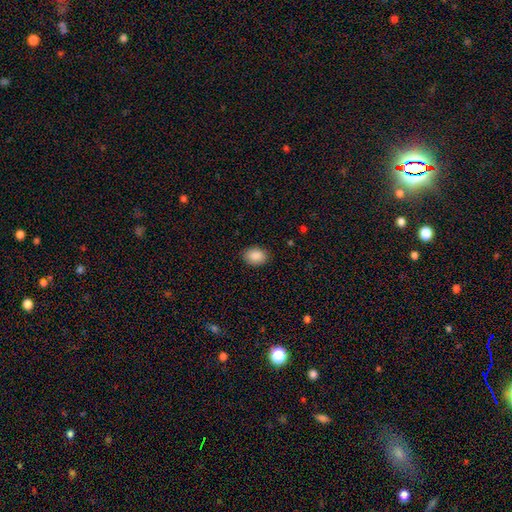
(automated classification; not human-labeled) This is clearly a smooth galaxy (89%). How rounded: likely in between (78%). Merging: clearly none (88%).